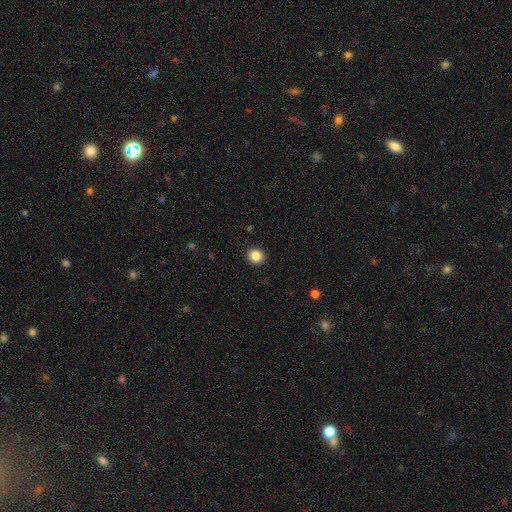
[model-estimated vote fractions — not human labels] smooth-or-featured: smooth: 85% | star or artifact: 10% | featured or disk: 5%
  how-rounded: round: 83% | in between: 16% | cigar-shaped: 1%
  merging: none: 92% | minor disturbance: 6% | major disturbance: 2% | merger: 1%